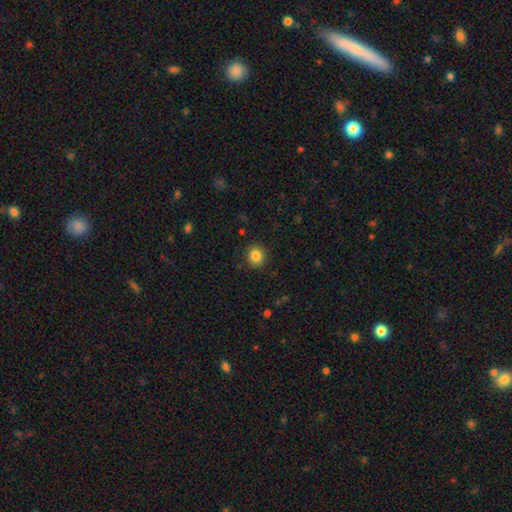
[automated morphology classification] Smooth or featured: smooth — 85% (star or artifact — 10%)
How rounded: round — 86% (in between — 13%)
Merging: none — 89% (minor disturbance — 8%)